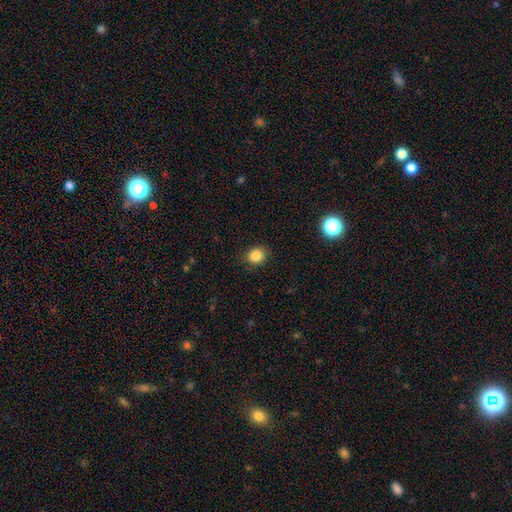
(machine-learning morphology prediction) smooth 85%, star or artifact 11%, featured or disk 4%. Down the decision tree: how rounded — round (74%); merging — none (86%).